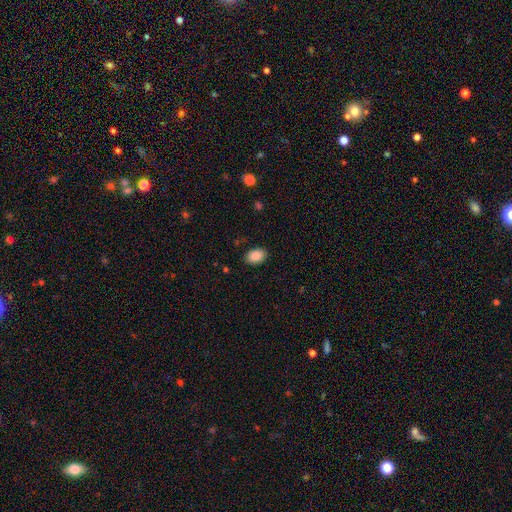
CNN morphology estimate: Smooth or featured? Predicted: smooth (p=0.88). How rounded? Predicted: in between (p=0.86). Merging? Predicted: none (p=0.88).